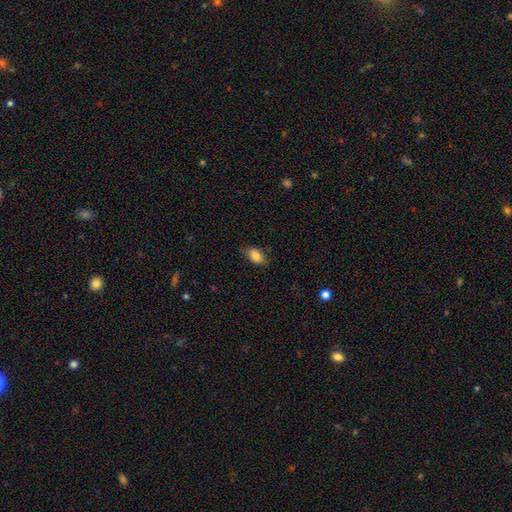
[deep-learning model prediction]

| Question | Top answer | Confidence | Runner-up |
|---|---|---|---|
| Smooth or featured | smooth | 85% | star or artifact (8%) |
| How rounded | in between | 90% | round (8%) |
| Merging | none | 81% | minor disturbance (15%) |